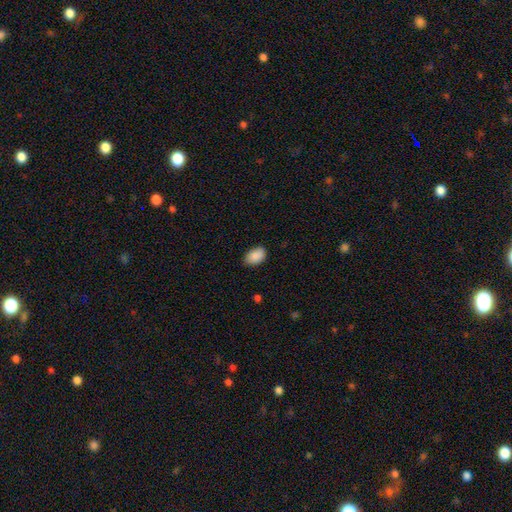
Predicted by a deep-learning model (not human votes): A smooth galaxy with no disk features (89%) that is in between round and cigar-shaped (89%).

Vote fractions:
- Smooth or featured? smooth: 89% / star or artifact: 7% / featured or disk: 4%
- How rounded? in between: 89% / round: 10% / cigar-shaped: 1%
- Merging? none: 77% / minor disturbance: 19% / major disturbance: 3% / merger: 1%